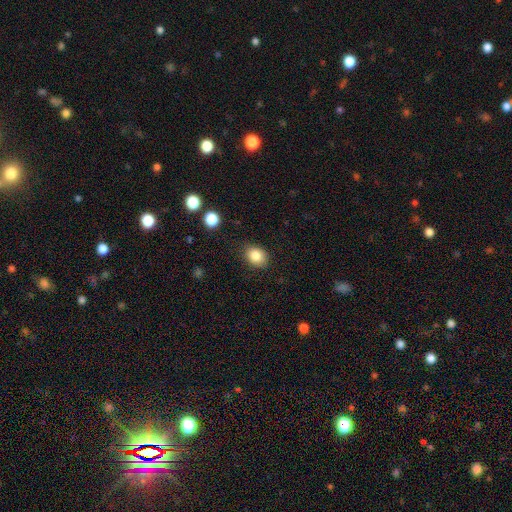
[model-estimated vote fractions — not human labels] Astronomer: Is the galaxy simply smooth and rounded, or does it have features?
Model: smooth — 85%.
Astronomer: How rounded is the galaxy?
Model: in between — 55% (runner-up: round, 44%).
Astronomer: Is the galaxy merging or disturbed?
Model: none — 84%.